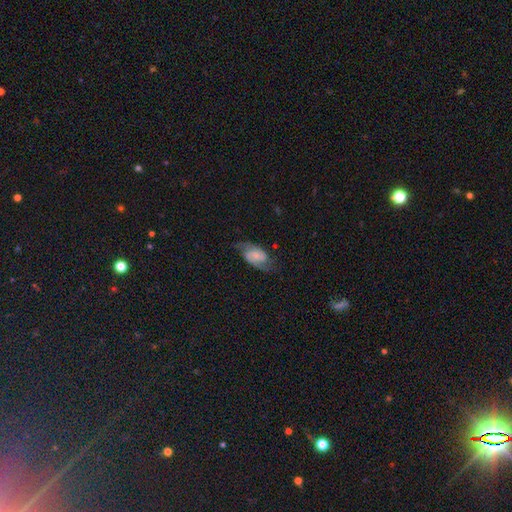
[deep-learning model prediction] A featured or disk galaxy (77%) with no bar (45%), 2 (91%) medium (50%) spiral arms (95%) and a small central bulge (42%).

Vote fractions:
- Smooth or featured? featured or disk: 77% / smooth: 16% / star or artifact: 7%
- Edge-on disk? no: 97% / yes: 3%
- Bar? no: 45% / weak: 42% / strong: 13%
- Spiral arms? yes: 95% / no: 5%
- Spiral winding? medium: 50% / loose: 25% / tight: 25%
- Spiral arm count? 2: 91% / can't tell: 4% / 1: 2% / 3: 1% / 4: 1% / more than 4: 1%
- Bulge size? small: 42% / none: 27% / moderate: 23% / large: 6% / dominant: 2%
- Merging? none: 72% / minor disturbance: 18% / major disturbance: 9% / merger: 1%